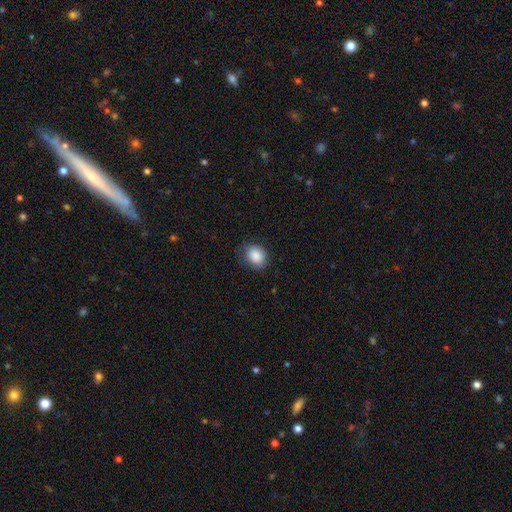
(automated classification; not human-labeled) Smooth or featured? smooth (88%)
How rounded? round (52%)
Merging? none (76%)